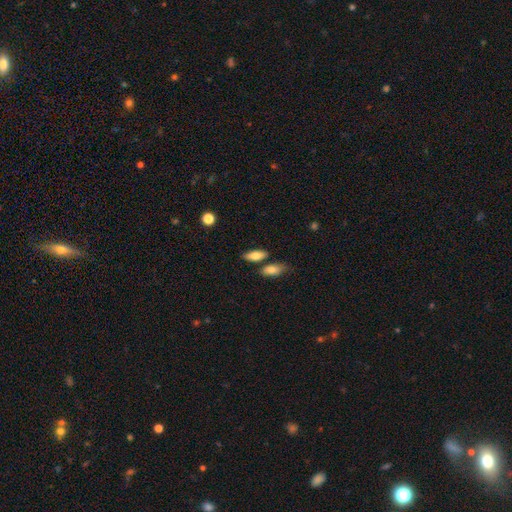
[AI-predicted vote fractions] Overall: smooth (78%). How rounded: in between (73%). Merging: none (71%).